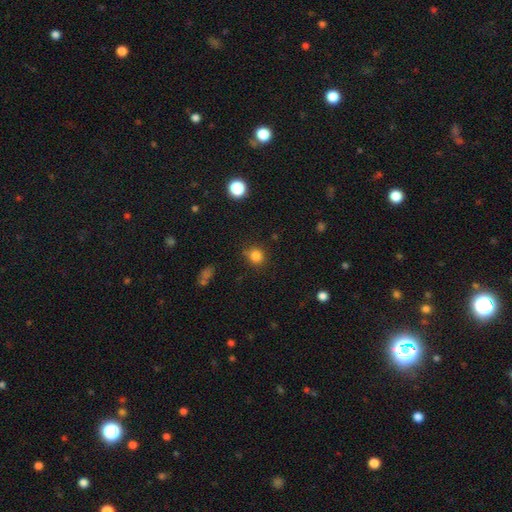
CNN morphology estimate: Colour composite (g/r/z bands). It shows a smooth galaxy with no disk features (82%) that is round (86%). Merging: none (78%).